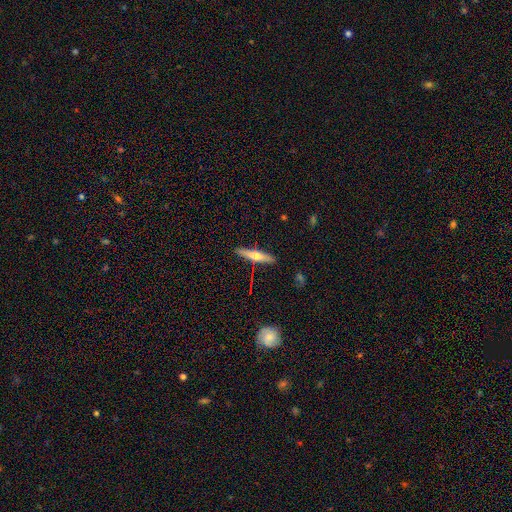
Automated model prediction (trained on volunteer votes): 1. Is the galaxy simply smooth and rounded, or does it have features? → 49% featured or disk, 44% smooth, 7% star or artifact.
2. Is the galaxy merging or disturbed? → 86% none, 9% minor disturbance, 3% merger, 2% major disturbance.